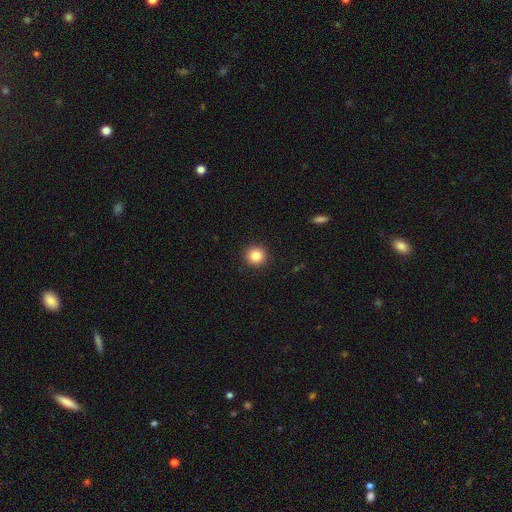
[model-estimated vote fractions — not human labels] Morphology: type=smooth (84%); roundness=round (95%); merging=none (92%).